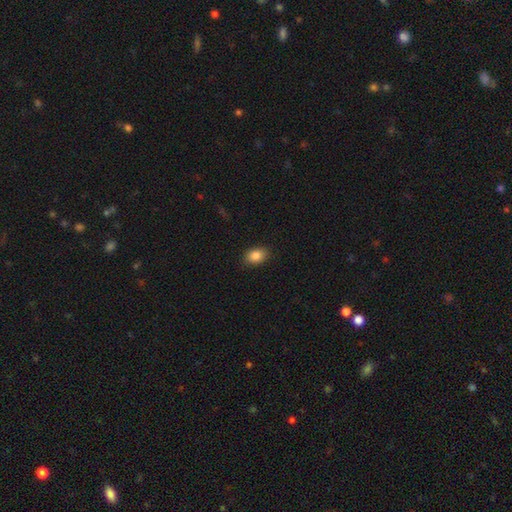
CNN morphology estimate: A smooth galaxy with no disk features (85%) that is in between round and cigar-shaped (76%).

Vote fractions:
- Smooth or featured? smooth: 85% / star or artifact: 9% / featured or disk: 6%
- How rounded? in between: 76% / round: 23% / cigar-shaped: 1%
- Merging? none: 88% / minor disturbance: 9% / major disturbance: 2% / merger: 1%